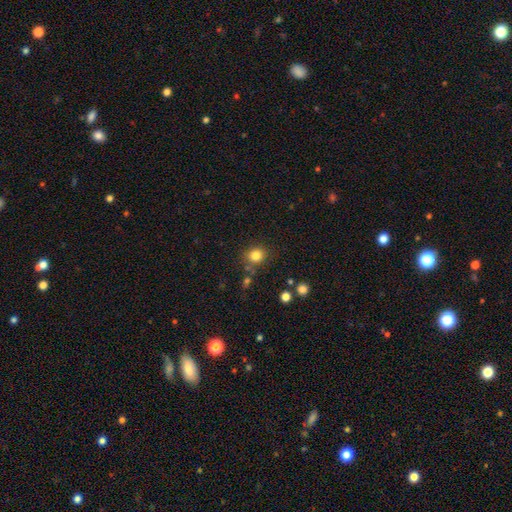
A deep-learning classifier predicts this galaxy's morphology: Overall: smooth (82%). How rounded: round (80%). Merging: none (79%).